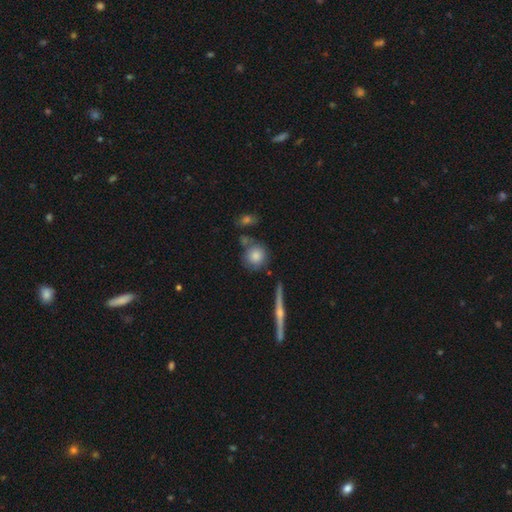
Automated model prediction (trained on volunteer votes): Smooth or featured? Predicted: smooth (p=0.80). How rounded? Predicted: round (p=0.85). Merging? Predicted: none (p=0.65).